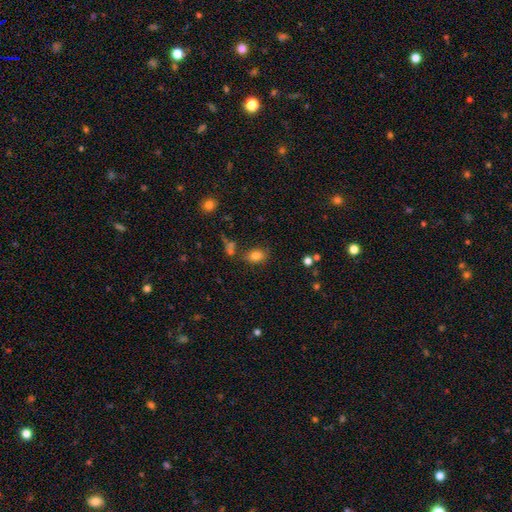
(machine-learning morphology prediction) Smooth or featured?
  - smooth: 81% *
  - star or artifact: 11%
  - featured or disk: 8%
How rounded?
  - in between: 79% *
  - round: 19%
  - cigar-shaped: 2%
Merging?
  - none: 73% *
  - minor disturbance: 14%
  - merger: 9%
  - major disturbance: 5%